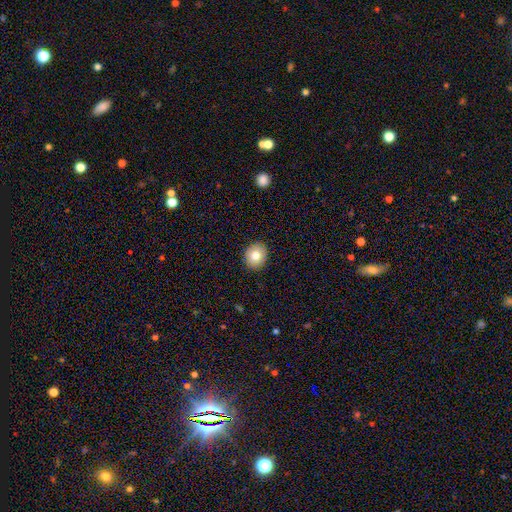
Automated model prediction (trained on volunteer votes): Smooth or featured?
  - smooth: 79% *
  - featured or disk: 12%
  - star or artifact: 9%
How rounded?
  - round: 69% *
  - in between: 31%
  - cigar-shaped: 1%
Merging?
  - none: 91% *
  - minor disturbance: 7%
  - major disturbance: 2%
  - merger: 1%